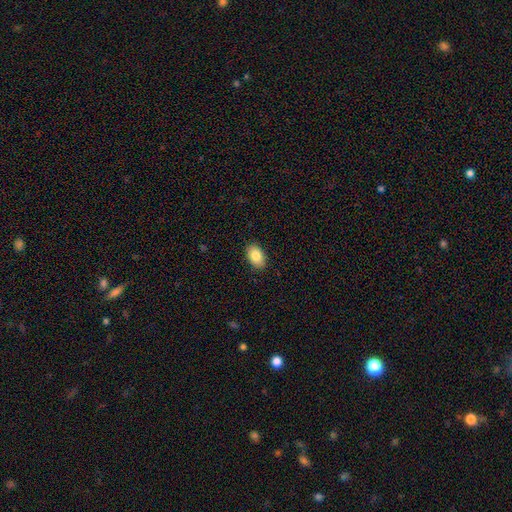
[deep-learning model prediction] This is clearly a smooth galaxy (84%). How rounded: clearly in between (89%). Merging: clearly none (89%).